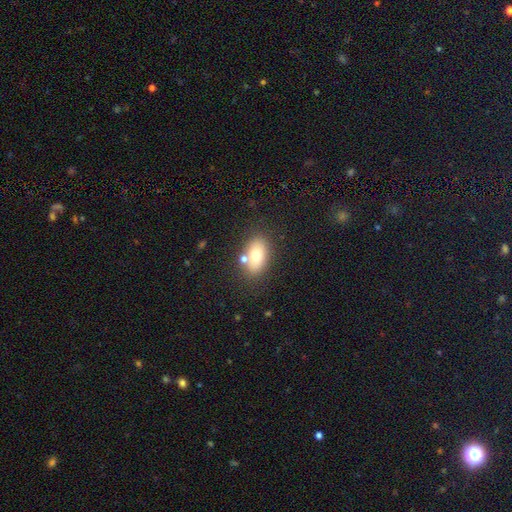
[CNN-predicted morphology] Smooth or featured?
  - smooth: 72% *
  - featured or disk: 18%
  - star or artifact: 9%
How rounded?
  - in between: 86% *
  - round: 11%
  - cigar-shaped: 2%
Merging?
  - none: 71% *
  - merger: 13%
  - minor disturbance: 12%
  - major disturbance: 4%